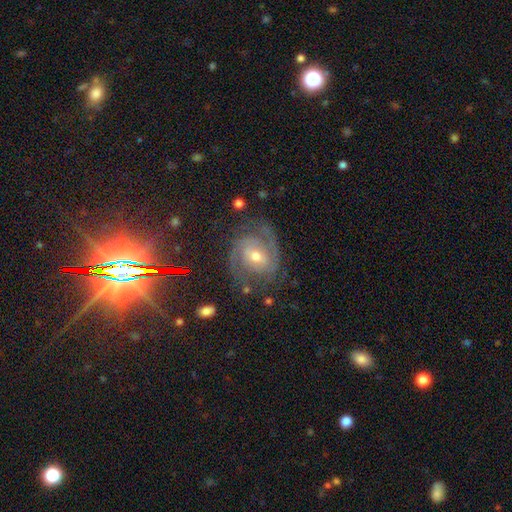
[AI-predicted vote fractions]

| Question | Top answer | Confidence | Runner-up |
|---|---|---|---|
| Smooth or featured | featured or disk | 79% | star or artifact (14%) |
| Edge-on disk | no | 97% | yes (3%) |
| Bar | no | 43% | weak (39%) |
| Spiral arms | yes | 96% | no (4%) |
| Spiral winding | tight | 47% | medium (43%) |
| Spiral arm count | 2 | 77% | can't tell (10%) |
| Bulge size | moderate | 57% | small (38%) |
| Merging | none | 75% | minor disturbance (15%) |